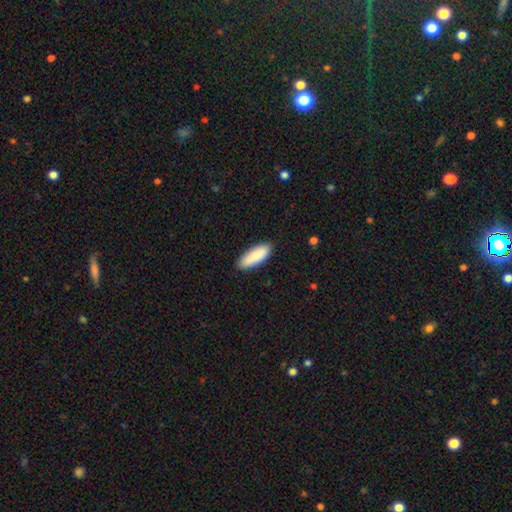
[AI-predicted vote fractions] The model was most divided on "how rounded": in between: 69%, cigar-shaped: 29%, round: 2%. More confident: smooth or featured — smooth (87%); merging — none (86%).